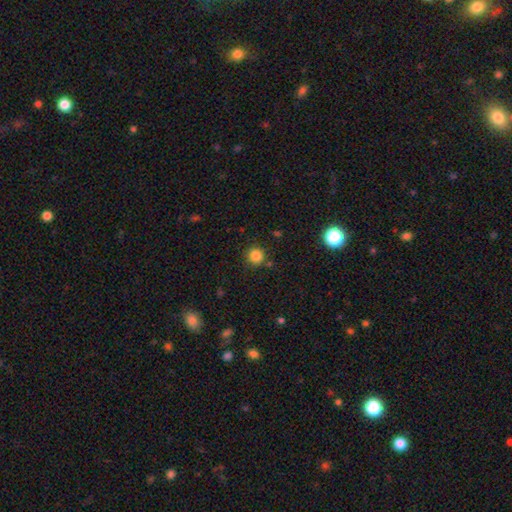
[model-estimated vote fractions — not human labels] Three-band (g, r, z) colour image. It shows a smooth galaxy with no disk features (83%) that is round (94%). Merging: none (85%).